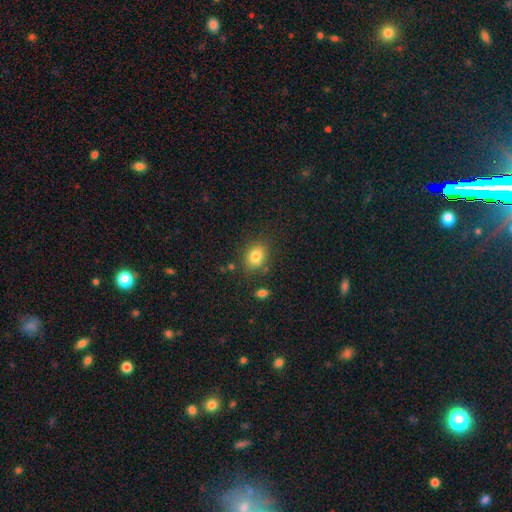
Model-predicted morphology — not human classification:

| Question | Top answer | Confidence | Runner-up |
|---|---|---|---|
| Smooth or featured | smooth | 81% | star or artifact (11%) |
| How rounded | in between | 59% | round (40%) |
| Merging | none | 76% | minor disturbance (14%) |